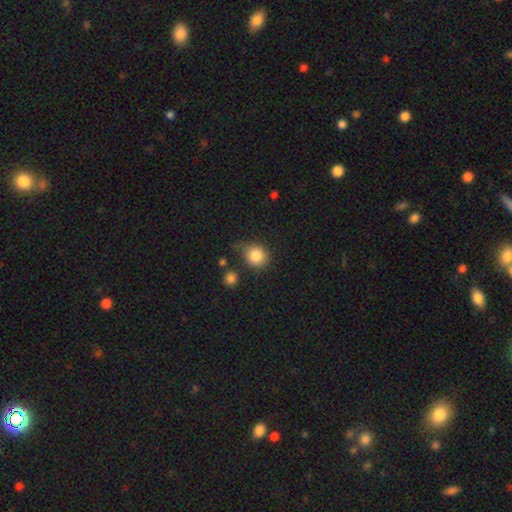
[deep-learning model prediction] Q: Smooth or featured?
A: smooth (84%); runner-up: star or artifact (9%)
Q: How rounded?
A: round (81%); runner-up: in between (18%)
Q: Merging?
A: none (59%); runner-up: minor disturbance (25%)